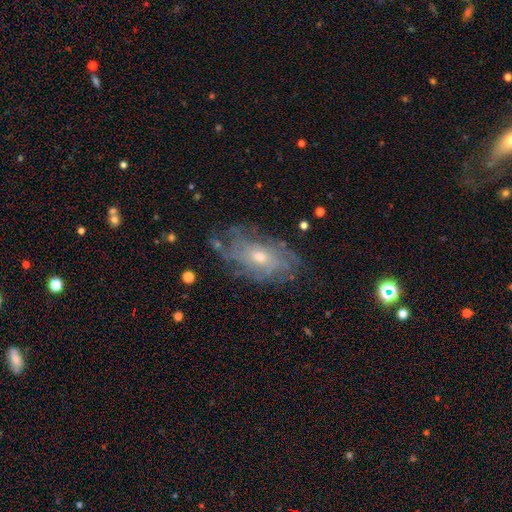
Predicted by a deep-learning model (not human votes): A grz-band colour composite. It shows a featured or disk galaxy (69%) with no bar (72%), tight (57%) spiral arms (86%) and a small central bulge (53%). Merging: none (76%).